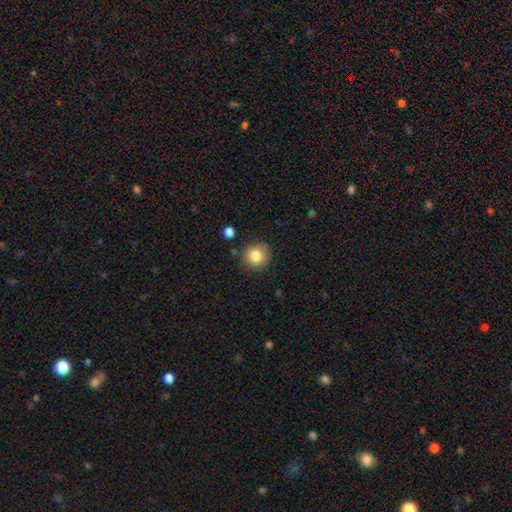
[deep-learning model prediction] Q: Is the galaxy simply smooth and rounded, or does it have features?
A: smooth — 82%.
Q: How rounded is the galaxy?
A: round — 93%.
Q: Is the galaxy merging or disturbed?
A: none — 85%.